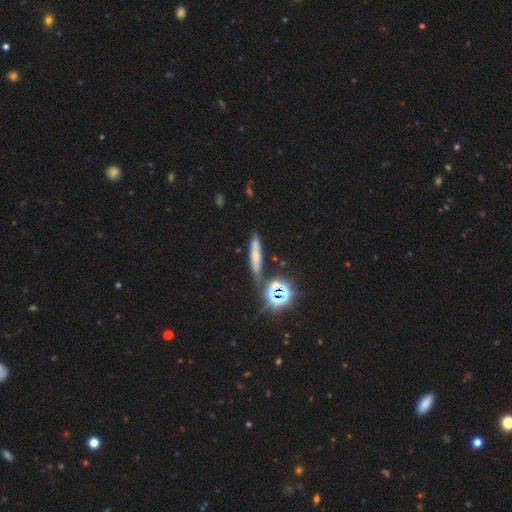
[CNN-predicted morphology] Smooth or featured?
  - smooth: 48% *
  - star or artifact: 27%
  - featured or disk: 25%
Merging?
  - none: 74% *
  - minor disturbance: 14%
  - merger: 8%
  - major disturbance: 5%